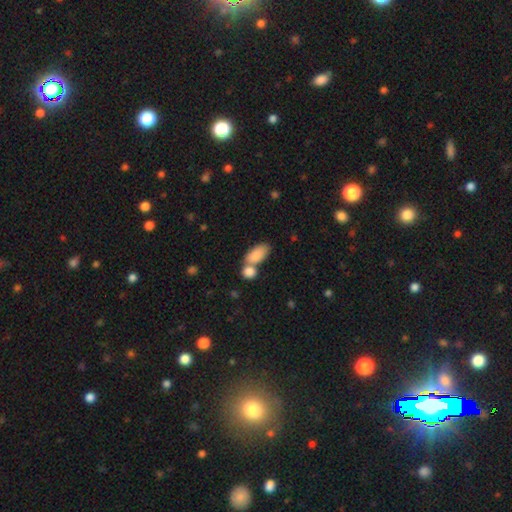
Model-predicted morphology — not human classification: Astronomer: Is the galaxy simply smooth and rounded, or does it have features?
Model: smooth — 86%.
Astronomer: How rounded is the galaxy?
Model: in between — 91%.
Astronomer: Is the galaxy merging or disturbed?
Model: merger — 45% (runner-up: none, 39%).